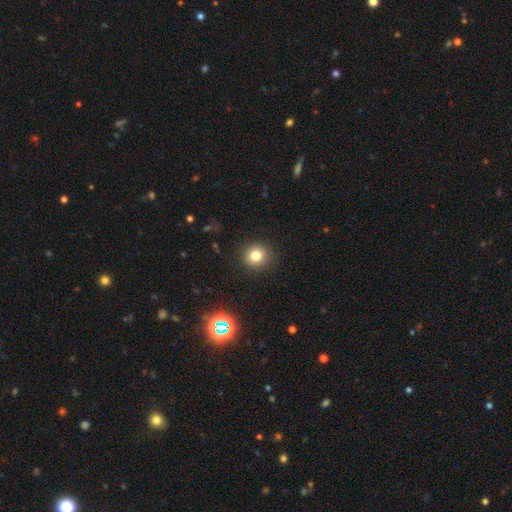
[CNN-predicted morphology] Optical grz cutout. It shows a smooth galaxy with no disk features (79%) that is round (90%). Merging: none (89%).